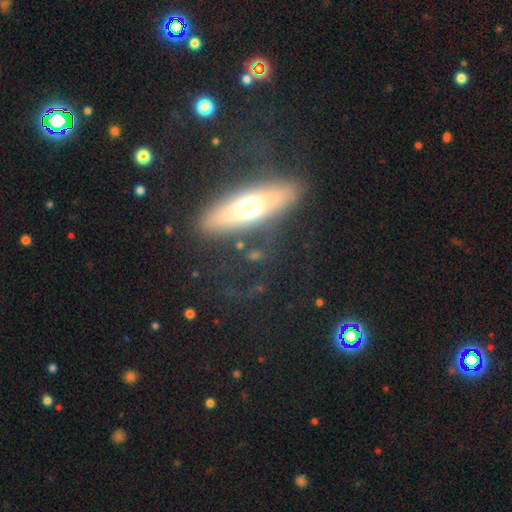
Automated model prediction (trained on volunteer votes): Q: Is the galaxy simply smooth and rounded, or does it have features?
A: smooth — 47%.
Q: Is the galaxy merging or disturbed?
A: none — 71%.